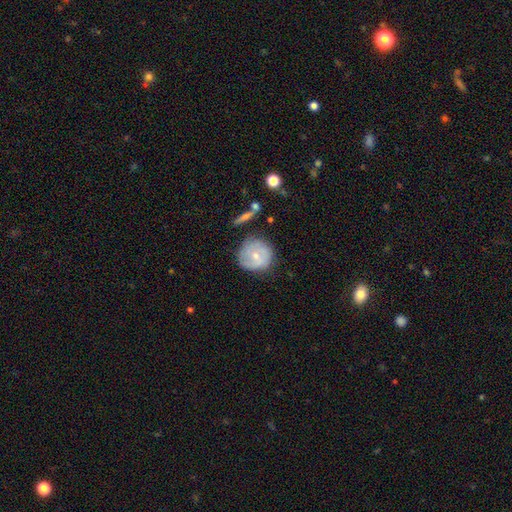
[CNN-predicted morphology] smooth-or-featured: smooth: 51% | featured or disk: 43% | star or artifact: 7%
  how-rounded: round: 92% | in between: 7% | cigar-shaped: 1%
  merging: none: 71% | minor disturbance: 19% | major disturbance: 6% | merger: 4%